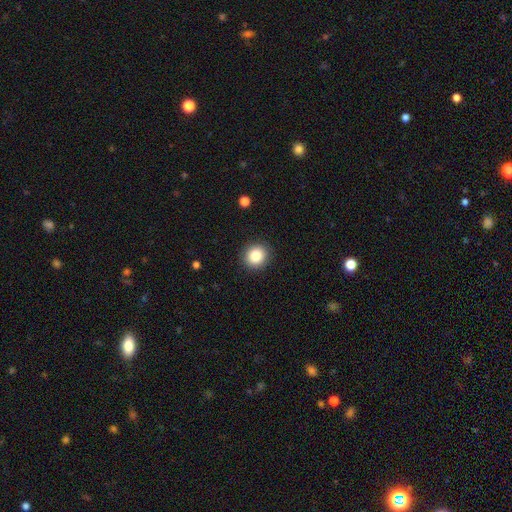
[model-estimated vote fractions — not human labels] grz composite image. It shows a smooth galaxy with no disk features (86%) that is round (86%). Merging: none (91%).